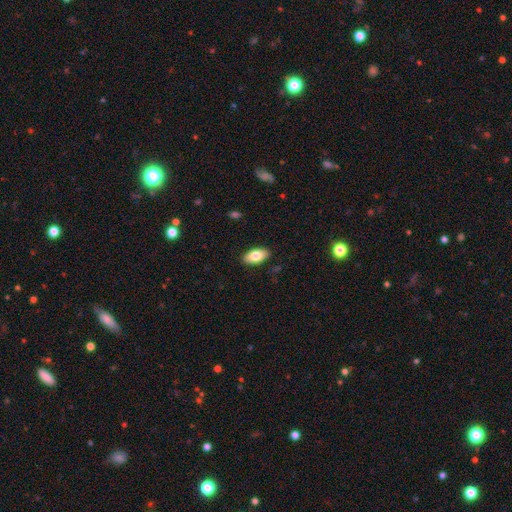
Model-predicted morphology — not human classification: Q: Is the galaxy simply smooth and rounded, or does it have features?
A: smooth — 80%.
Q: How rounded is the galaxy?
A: in between — 93%.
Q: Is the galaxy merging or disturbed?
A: none — 89%.